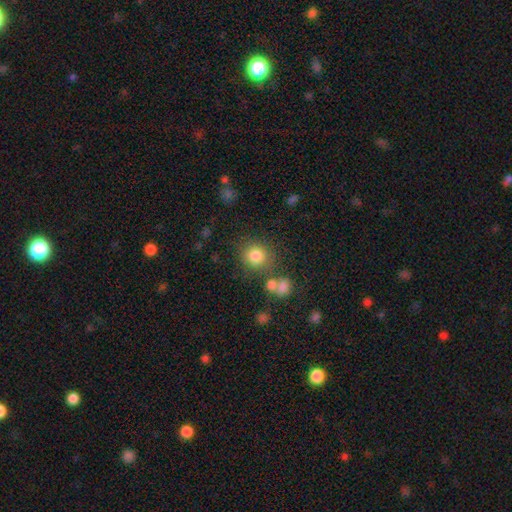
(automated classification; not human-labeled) Smooth or featured? Predicted: smooth (p=0.82). How rounded? Predicted: round (p=0.87). Merging? Predicted: none (p=0.74).